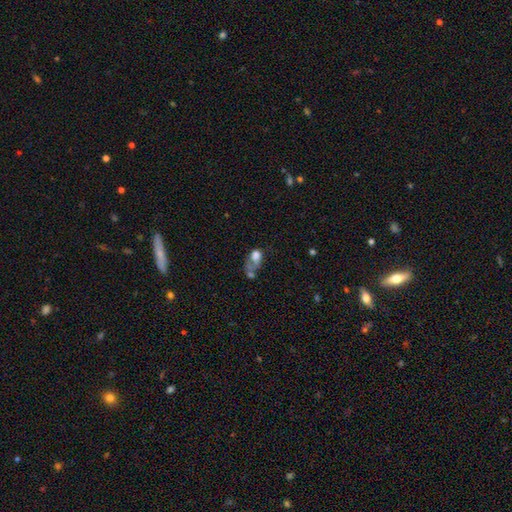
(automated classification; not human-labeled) Smooth or featured: smooth — 58% (featured or disk — 28%)
How rounded: in between — 72% (round — 25%)
Merging: merger — 39% (major disturbance — 30%)